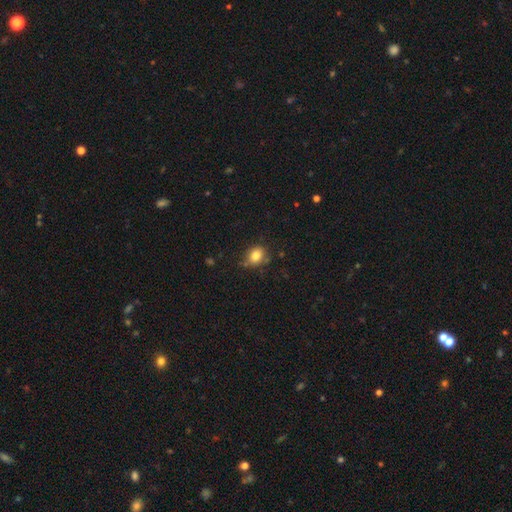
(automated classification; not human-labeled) Morphology: type=smooth (83%); roundness=round (54%); merging=none (70%).